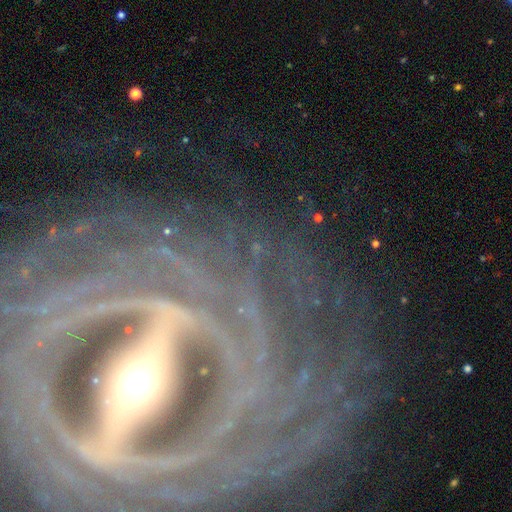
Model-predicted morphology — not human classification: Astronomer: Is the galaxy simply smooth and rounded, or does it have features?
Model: featured or disk — 89%.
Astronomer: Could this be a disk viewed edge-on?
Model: no — 81%.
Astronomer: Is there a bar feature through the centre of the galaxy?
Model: strong — 79%.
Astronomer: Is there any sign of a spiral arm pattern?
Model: yes — 88%.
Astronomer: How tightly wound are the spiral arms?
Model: tight — 80%.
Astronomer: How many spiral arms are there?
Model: can't tell — 28% (runner-up: more than 4, 22%).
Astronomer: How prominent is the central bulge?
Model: moderate — 58%.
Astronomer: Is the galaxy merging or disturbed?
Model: none — 79%.